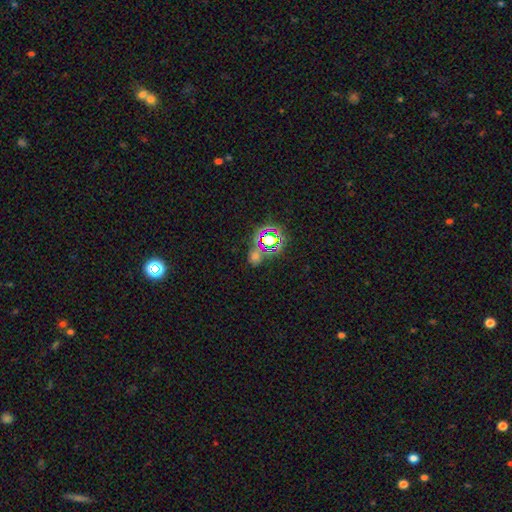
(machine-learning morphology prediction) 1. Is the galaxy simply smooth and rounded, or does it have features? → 61% star or artifact, 30% smooth, 9% featured or disk.